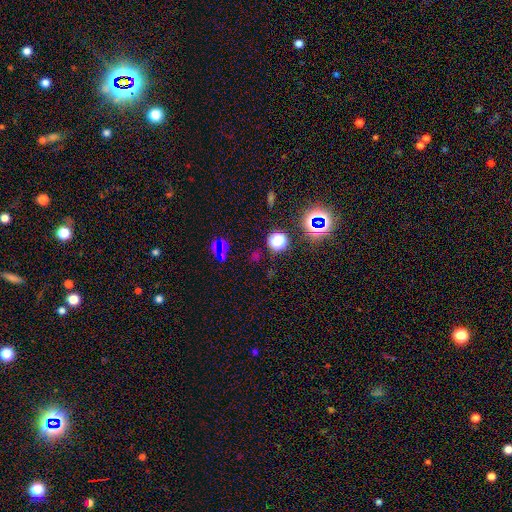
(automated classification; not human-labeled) Smooth or featured: star or artifact — 55% (smooth — 36%)